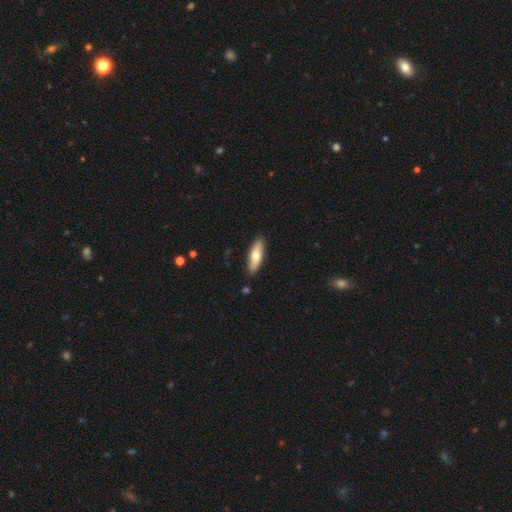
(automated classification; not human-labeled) Smooth or featured? smooth (69%)
How rounded? cigar-shaped (50%)
Merging? none (89%)